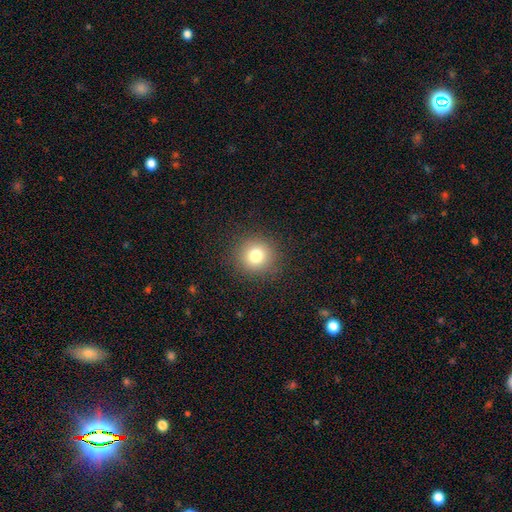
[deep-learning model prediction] Smooth or featured? Predicted: smooth (p=0.78). How rounded? Predicted: round (p=0.92). Merging? Predicted: none (p=0.89).